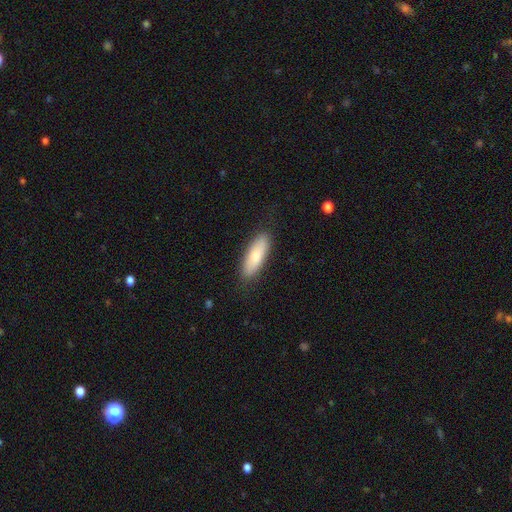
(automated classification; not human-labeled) This appears to be a smooth galaxy with no disk features (76%) that is in between round and cigar-shaped (60%). Merging: none (85%).